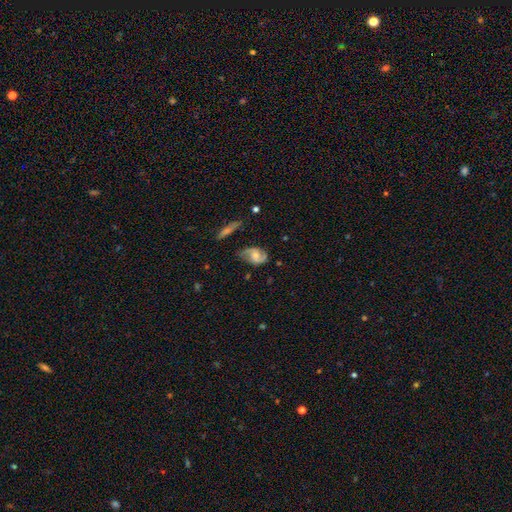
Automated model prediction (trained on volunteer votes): smooth_or_featured: featured or disk (p=0.68) [alt: smooth p=0.25]
disk_edge_on: no (p=0.96) [alt: yes p=0.04]
bar: no (p=0.59) [alt: weak p=0.34]
has_spiral_arms: yes (p=0.91) [alt: no p=0.09]
spiral_winding: medium (p=0.46) [alt: loose p=0.33]
spiral_arm_count: 2 (p=0.85) [alt: can't tell p=0.08]
bulge_size: moderate (p=0.44) [alt: small p=0.39]
merging: none (p=0.62) [alt: minor disturbance p=0.25]